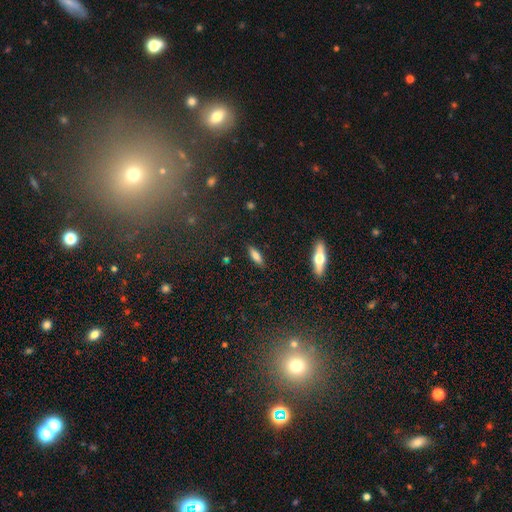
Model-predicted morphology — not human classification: Overall: smooth (74%). How rounded: cigar-shaped (52%; in between 46%). Merging: none (87%).